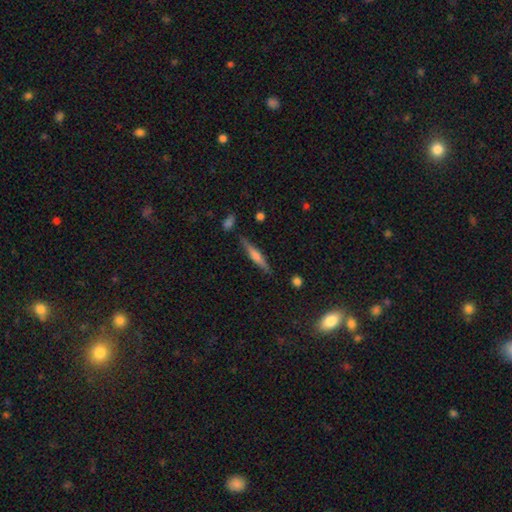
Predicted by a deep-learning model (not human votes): Q: Smooth or featured?
A: featured or disk (58%); runner-up: smooth (34%)
Q: Edge-on disk?
A: yes (97%); runner-up: no (3%)
Q: Edge-on bulge?
A: rounded (65%); runner-up: boxy (21%)
Q: Merging?
A: none (85%); runner-up: minor disturbance (10%)